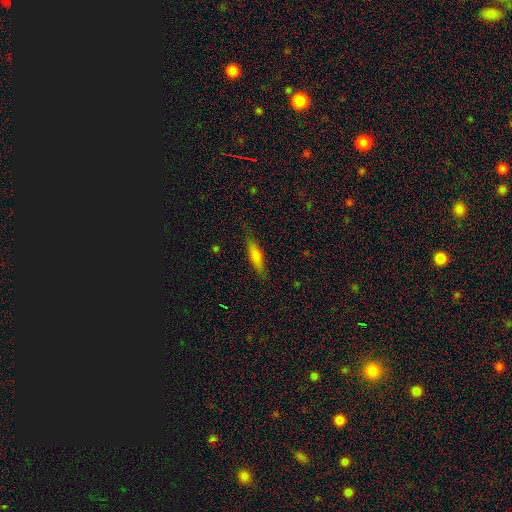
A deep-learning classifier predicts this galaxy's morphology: Overall: smooth (72%). How rounded: cigar-shaped (69%; in between 29%). Merging: none (82%).